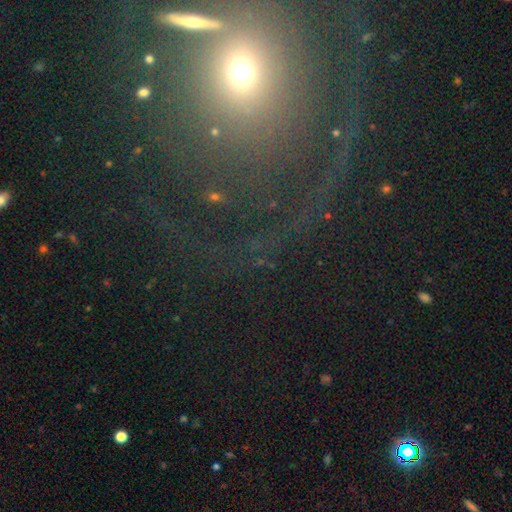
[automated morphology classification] smooth-or-featured: star or artifact: 46% | featured or disk: 31% | smooth: 23%